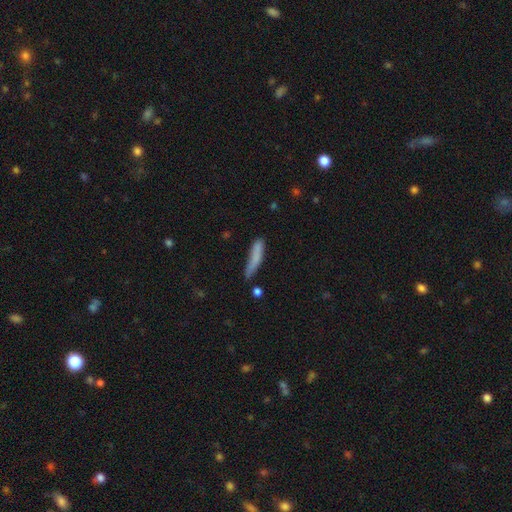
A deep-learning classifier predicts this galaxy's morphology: Q: Smooth or featured?
A: smooth (77%); runner-up: featured or disk (15%)
Q: How rounded?
A: cigar-shaped (87%); runner-up: in between (11%)
Q: Merging?
A: none (57%); runner-up: minor disturbance (28%)